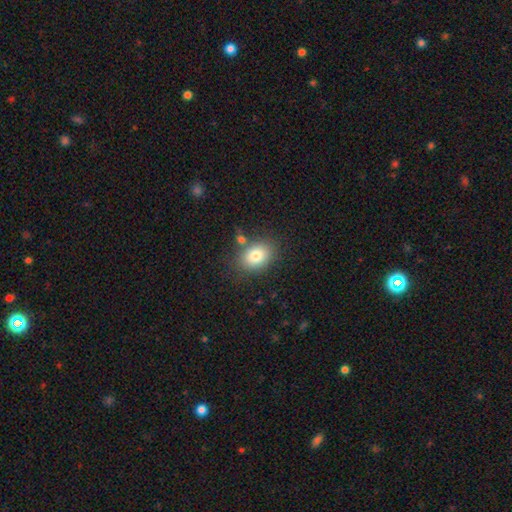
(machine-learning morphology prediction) A smooth galaxy with no disk features (81%) that is in between round and cigar-shaped (69%). Merging: none (76%).